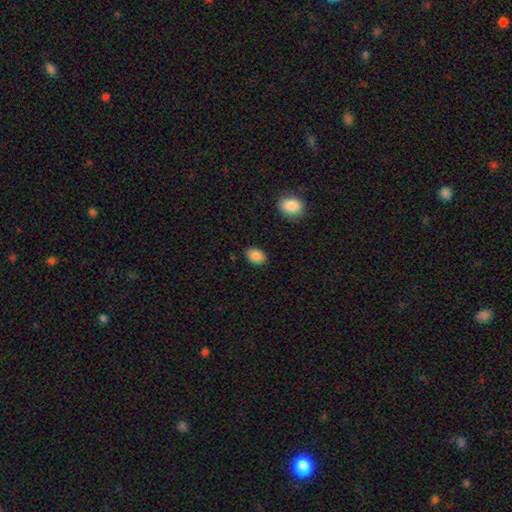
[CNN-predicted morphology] This appears to be a smooth galaxy with no disk features (88%) that is in between round and cigar-shaped (77%). Merging: none (87%).